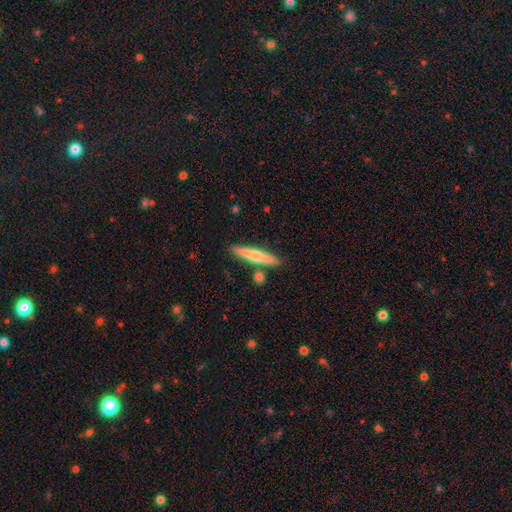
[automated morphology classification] smooth_or_featured: smooth (p=0.54) [alt: featured or disk p=0.41]
how_rounded: cigar-shaped (p=0.90) [alt: in between p=0.08]
merging: none (p=0.82) [alt: minor disturbance p=0.09]